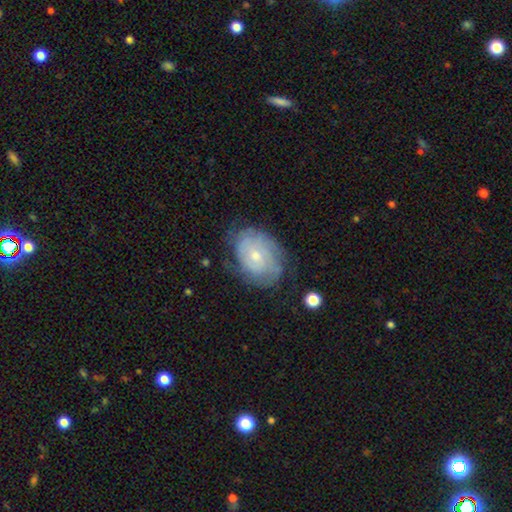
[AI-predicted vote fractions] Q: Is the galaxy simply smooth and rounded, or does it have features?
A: featured or disk — 64%.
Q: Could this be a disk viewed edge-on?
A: no — 96%.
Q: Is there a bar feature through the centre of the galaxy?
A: no — 74%.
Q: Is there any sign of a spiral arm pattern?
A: yes — 80%.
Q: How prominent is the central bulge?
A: small — 57%.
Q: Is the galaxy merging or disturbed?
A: none — 64%.